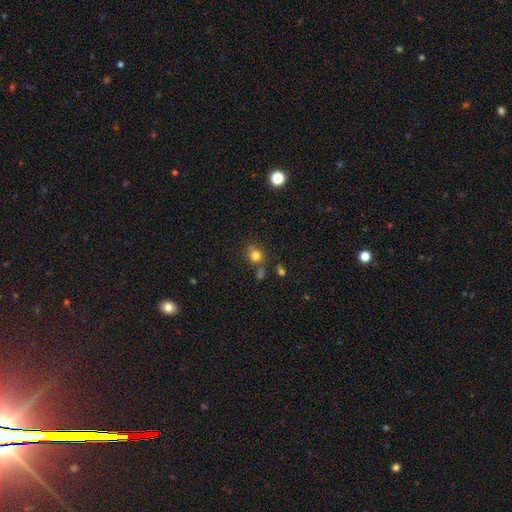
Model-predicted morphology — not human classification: This appears to be a smooth galaxy with no disk features (79%) that is round (81%). Merging: none (66%).